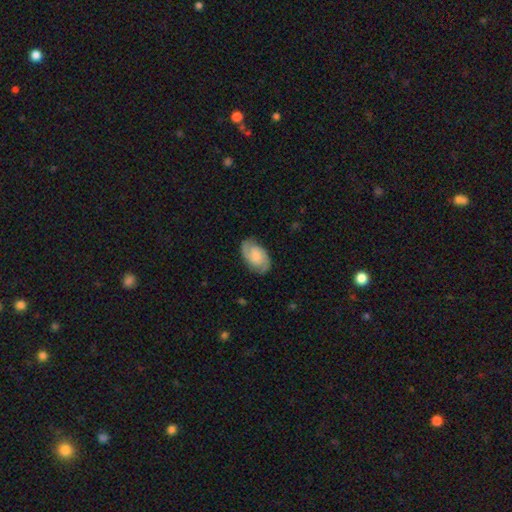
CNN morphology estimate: featured or disk 70%, smooth 24%, star or artifact 6%. Down the decision tree: edge-on disk — no (97%); bar — no (55%); spiral arms — yes (94%); spiral arm count — 2 (86%); spiral winding — medium (48%); bulge size — small (35%); merging — none (79%).